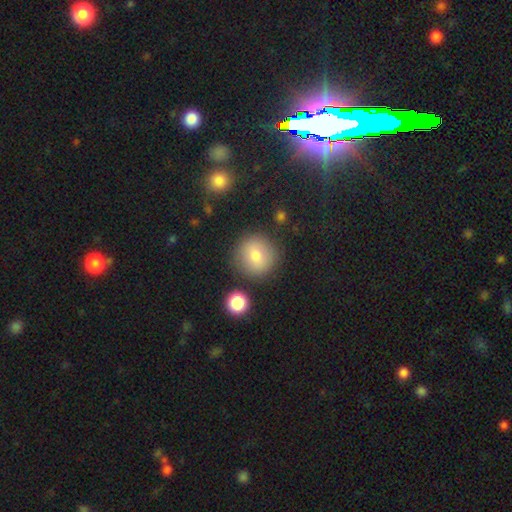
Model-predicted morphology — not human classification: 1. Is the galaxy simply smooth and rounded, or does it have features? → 77% smooth, 13% featured or disk, 10% star or artifact.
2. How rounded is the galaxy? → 94% round, 5% in between, 1% cigar-shaped.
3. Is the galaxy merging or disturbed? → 85% none, 9% minor disturbance, 4% merger, 3% major disturbance.